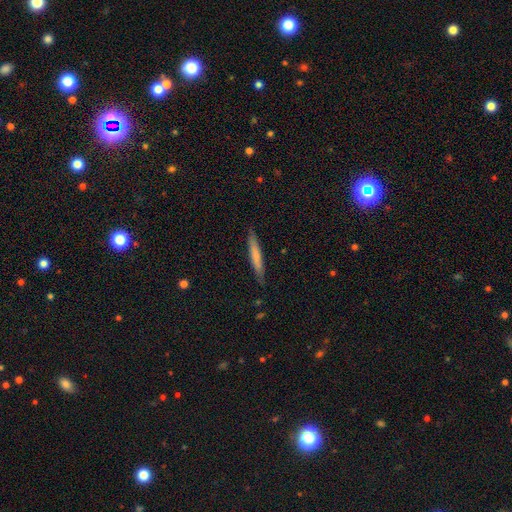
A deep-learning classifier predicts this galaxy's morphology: smooth-or-featured: smooth: 69% | featured or disk: 26% | star or artifact: 5%
  how-rounded: cigar-shaped: 95% | in between: 4% | round: 1%
  merging: none: 87% | minor disturbance: 10% | major disturbance: 2% | merger: 1%